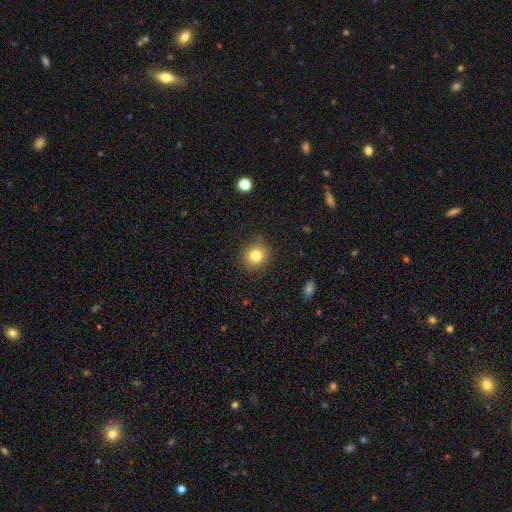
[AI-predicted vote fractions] smooth 81%, star or artifact 11%, featured or disk 7%. Down the decision tree: how rounded — round (88%); merging — none (89%).